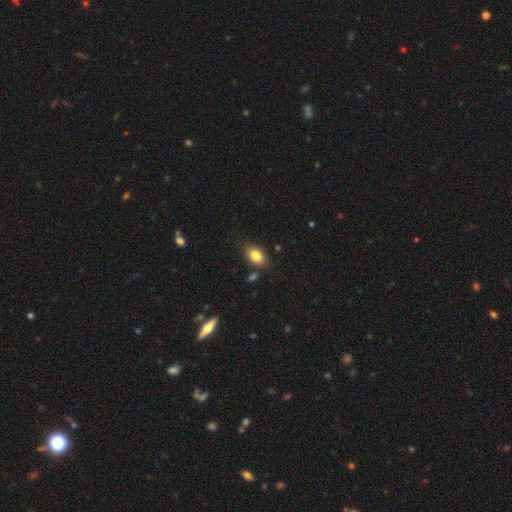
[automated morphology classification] A smooth galaxy with no disk features (84%) that is in between round and cigar-shaped (87%).

Vote fractions:
- Smooth or featured? smooth: 84% / star or artifact: 8% / featured or disk: 8%
- How rounded? in between: 87% / round: 11% / cigar-shaped: 2%
- Merging? none: 82% / minor disturbance: 11% / merger: 4% / major disturbance: 3%